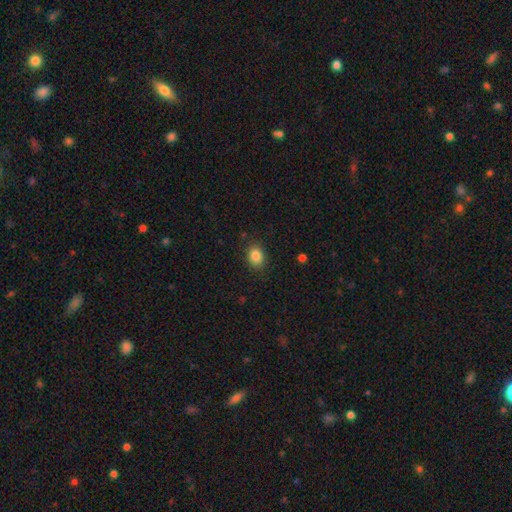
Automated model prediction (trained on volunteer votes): smooth_or_featured: smooth (p=0.86) [alt: star or artifact p=0.10]
how_rounded: in between (p=0.67) [alt: round p=0.32]
merging: none (p=0.86) [alt: minor disturbance p=0.10]